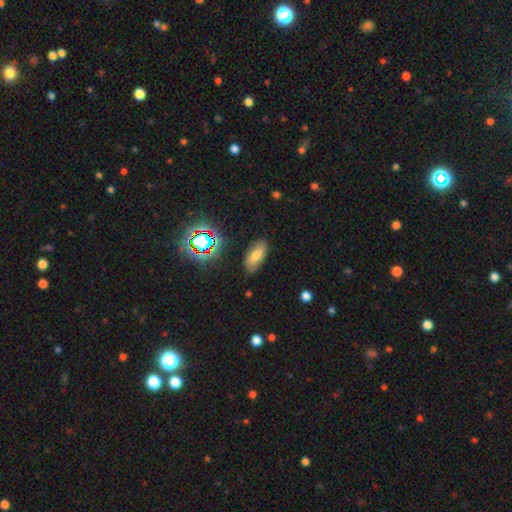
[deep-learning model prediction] Overall: smooth (64%). How rounded: in between (86%). Merging: none (80%).